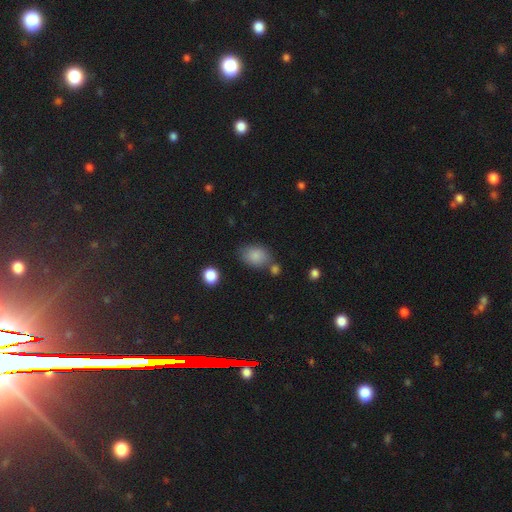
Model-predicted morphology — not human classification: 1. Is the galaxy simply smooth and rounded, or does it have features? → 84% smooth, 9% star or artifact, 7% featured or disk.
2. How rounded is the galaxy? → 74% in between, 25% round, 1% cigar-shaped.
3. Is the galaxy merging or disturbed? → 66% none, 17% minor disturbance, 12% merger, 5% major disturbance.